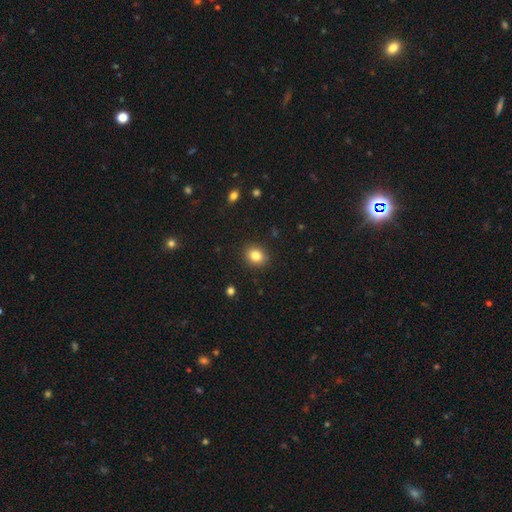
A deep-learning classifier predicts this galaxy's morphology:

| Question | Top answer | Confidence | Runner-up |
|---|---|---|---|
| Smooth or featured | smooth | 84% | star or artifact (10%) |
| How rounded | round | 61% | in between (38%) |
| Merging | none | 90% | minor disturbance (7%) |